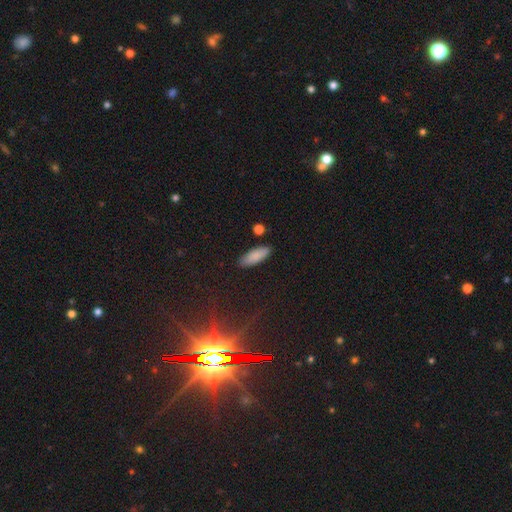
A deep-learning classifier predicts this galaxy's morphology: Smooth or featured? Predicted: smooth (p=0.88). How rounded? Predicted: in between (p=0.66). Merging? Predicted: none (p=0.87).